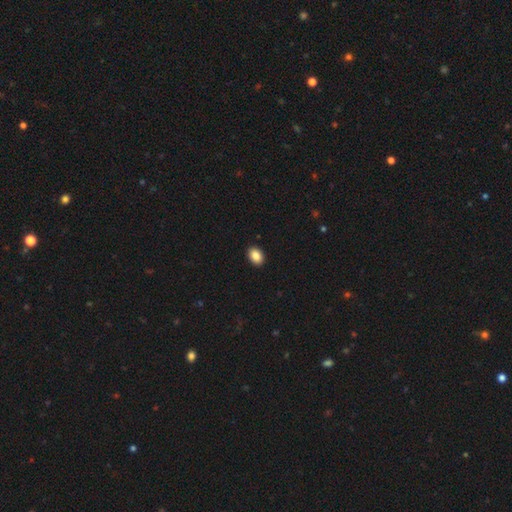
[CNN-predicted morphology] Q: Smooth or featured?
A: smooth (88%); runner-up: star or artifact (8%)
Q: How rounded?
A: in between (78%); runner-up: round (20%)
Q: Merging?
A: none (92%); runner-up: minor disturbance (6%)